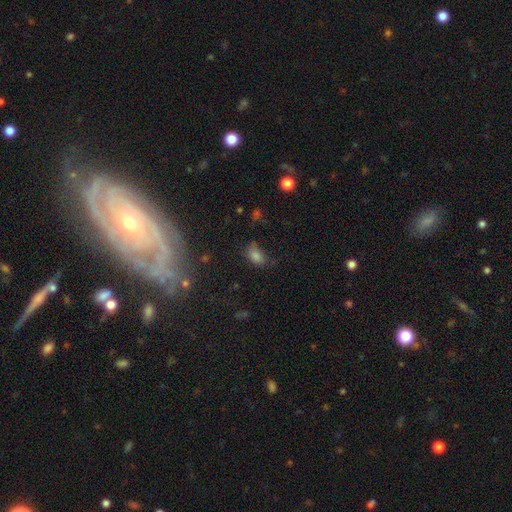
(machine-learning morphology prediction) This appears to be a smooth galaxy with no disk features (78%) that is in between round and cigar-shaped (85%). Merging: none (60%).